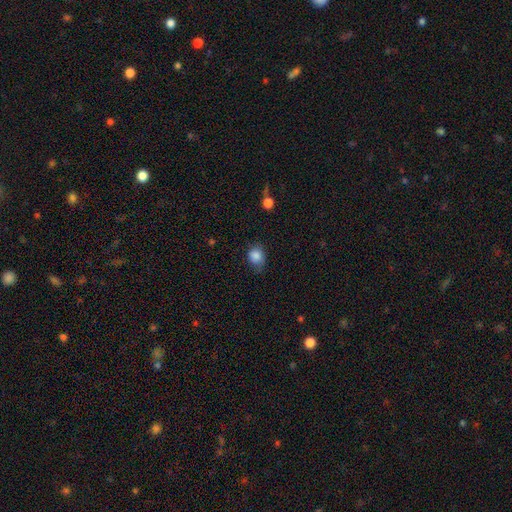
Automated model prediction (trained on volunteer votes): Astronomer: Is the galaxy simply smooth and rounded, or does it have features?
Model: smooth — 85%.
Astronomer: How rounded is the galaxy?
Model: round — 63%.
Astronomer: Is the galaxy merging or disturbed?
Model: none — 59%.